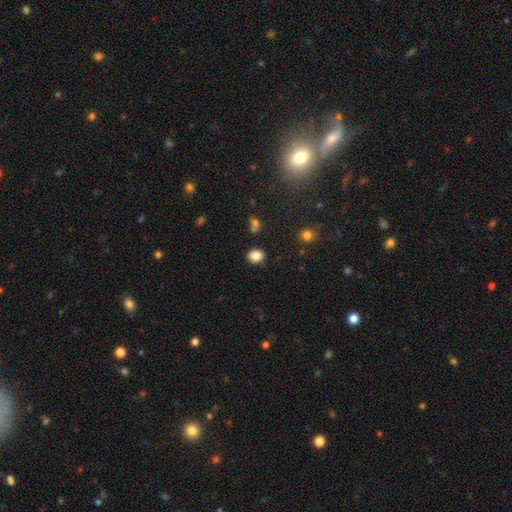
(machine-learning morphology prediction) A smooth galaxy with no disk features (85%) that is round (74%). Merging: none (86%).